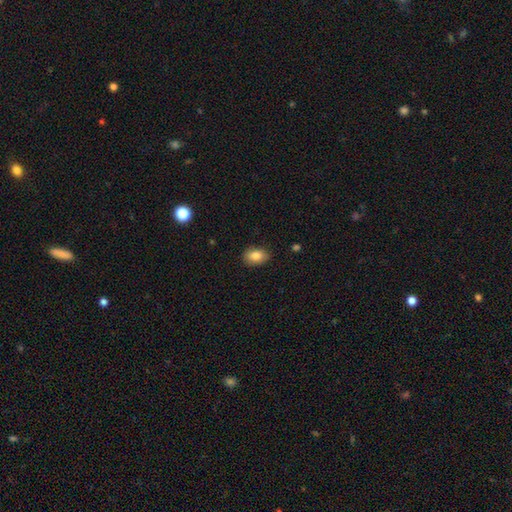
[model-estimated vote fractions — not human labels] The model was most divided on "how rounded": in between: 86%, round: 13%, cigar-shaped: 1%. More confident: merging — none (86%); smooth or featured — smooth (85%).